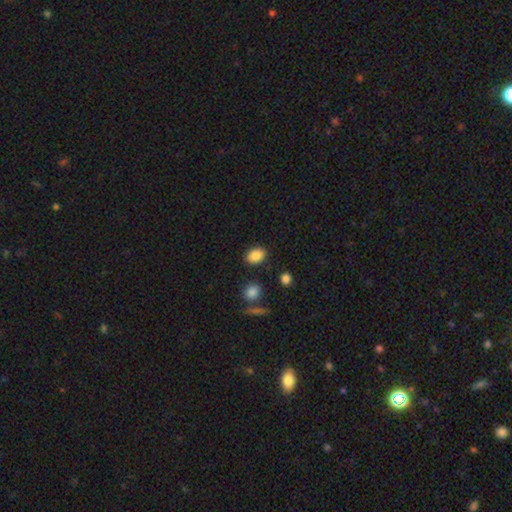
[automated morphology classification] Smooth or featured? smooth (87%)
How rounded? in between (74%)
Merging? none (85%)